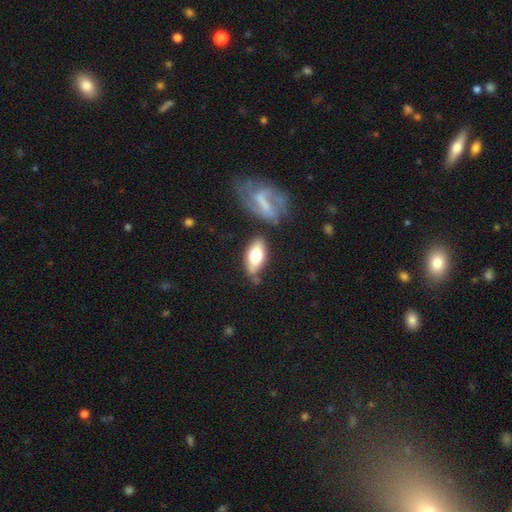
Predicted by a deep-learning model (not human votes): Morphology: type=smooth (67%); roundness=in between (85%); merging=none (66%).